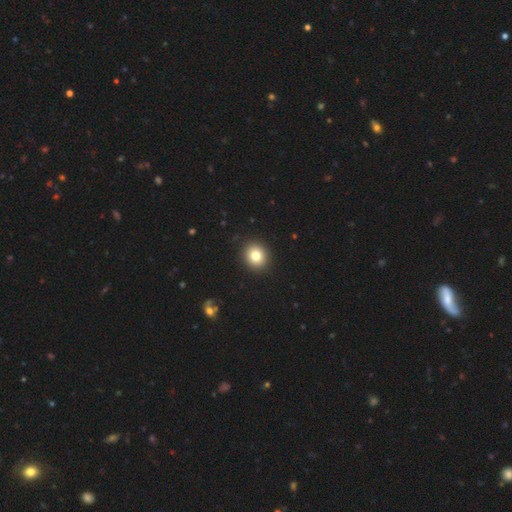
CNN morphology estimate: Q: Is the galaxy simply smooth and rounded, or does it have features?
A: smooth — 81%.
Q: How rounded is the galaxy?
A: round — 81%.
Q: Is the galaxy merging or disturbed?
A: none — 92%.